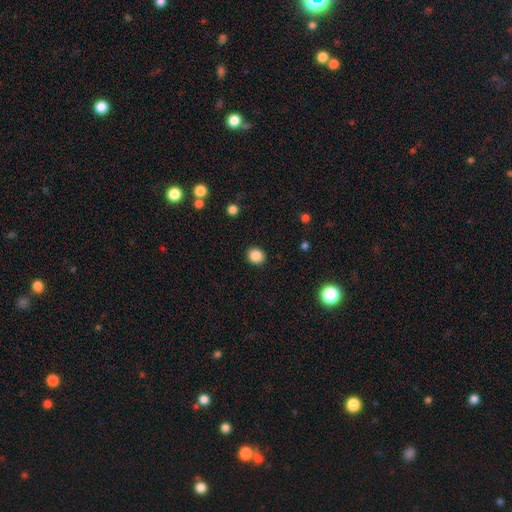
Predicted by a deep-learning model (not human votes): A smooth galaxy with no disk features (87%) that is round (80%). Merging: none (91%).